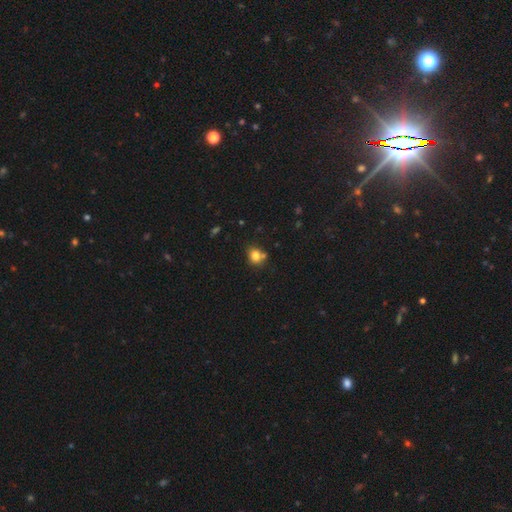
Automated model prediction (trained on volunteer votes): Smooth or featured?
  - smooth: 79% *
  - star or artifact: 13%
  - featured or disk: 8%
How rounded?
  - round: 66% *
  - in between: 33%
  - cigar-shaped: 1%
Merging?
  - none: 64% *
  - merger: 17%
  - minor disturbance: 15%
  - major disturbance: 4%